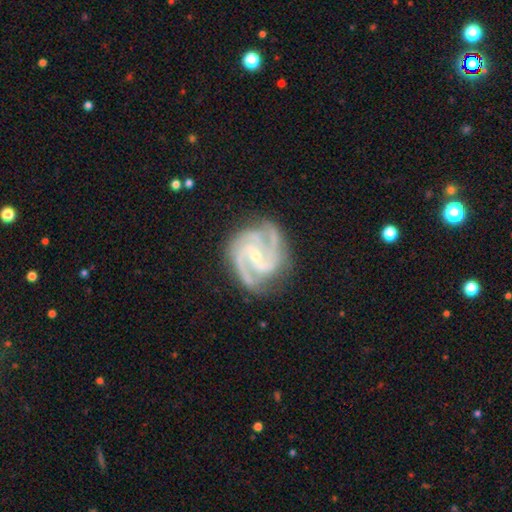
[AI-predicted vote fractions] The model was most divided on "spiral winding": tight: 48%, medium: 47%, loose: 5%. Remaining: spiral arms — yes (99%); edge-on disk — no (98%); smooth or featured — featured or disk (93%); merging — none (76%); bulge size — small (74%); spiral arm count — 3 (57%); bar — weak (42%).